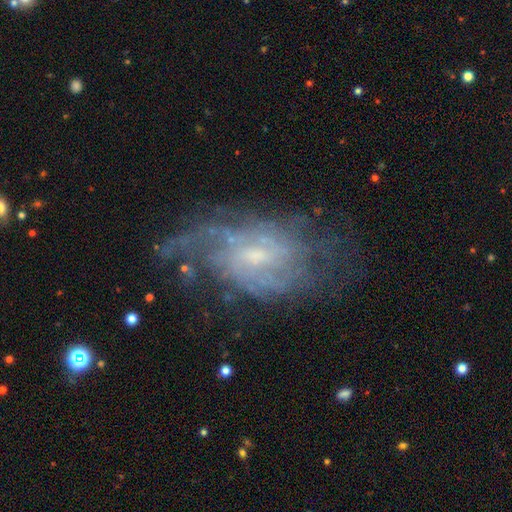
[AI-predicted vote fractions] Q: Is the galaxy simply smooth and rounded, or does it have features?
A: featured or disk — 80%.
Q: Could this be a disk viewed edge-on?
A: no — 95%.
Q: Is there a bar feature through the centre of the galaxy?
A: weak — 49%.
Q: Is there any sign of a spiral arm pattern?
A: yes — 84%.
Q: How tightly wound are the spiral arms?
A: medium — 39%.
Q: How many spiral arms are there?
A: can't tell — 48%.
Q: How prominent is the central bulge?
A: small — 55%.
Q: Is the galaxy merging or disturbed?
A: none — 51%.